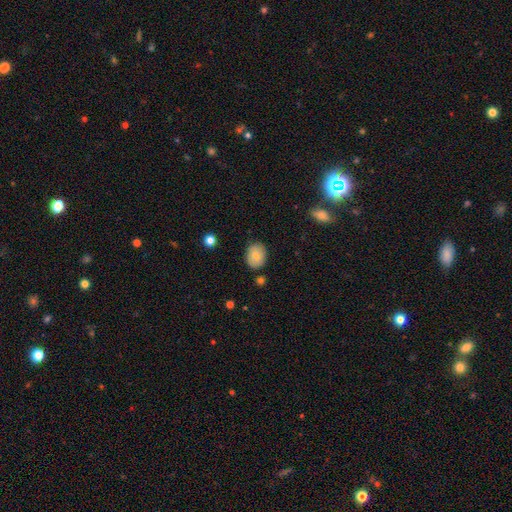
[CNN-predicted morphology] smooth_or_featured: smooth (p=0.78) [alt: featured or disk p=0.14]
how_rounded: in between (p=0.53) [alt: round p=0.46]
merging: none (p=0.81) [alt: minor disturbance p=0.14]